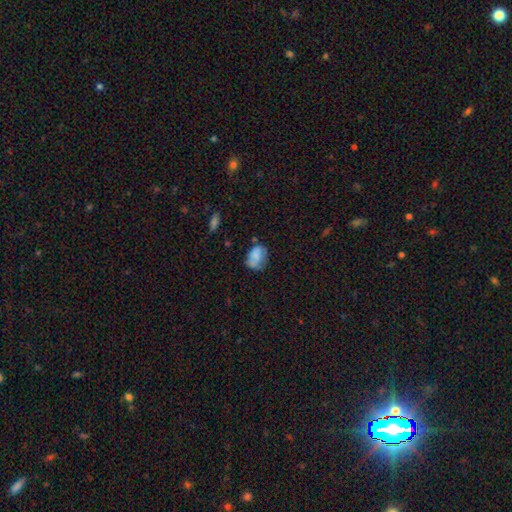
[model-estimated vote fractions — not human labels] smooth 68%, featured or disk 23%, star or artifact 9%. Down the decision tree: how rounded — in between (72%); merging — none (47%).